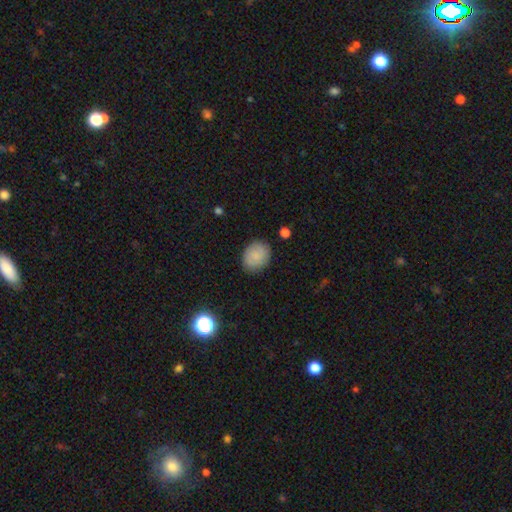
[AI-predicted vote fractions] Smooth or featured: smooth — 83% (featured or disk — 9%)
How rounded: round — 54% (in between — 45%)
Merging: none — 84% (minor disturbance — 12%)